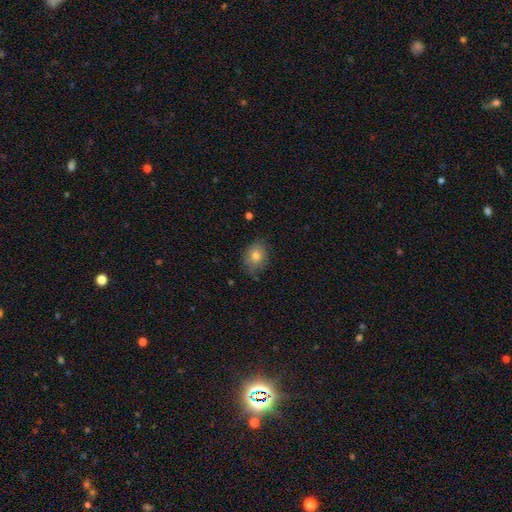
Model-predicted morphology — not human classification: Q: Smooth or featured?
A: smooth (77%); runner-up: featured or disk (13%)
Q: How rounded?
A: round (55%); runner-up: in between (43%)
Q: Merging?
A: none (77%); runner-up: minor disturbance (18%)